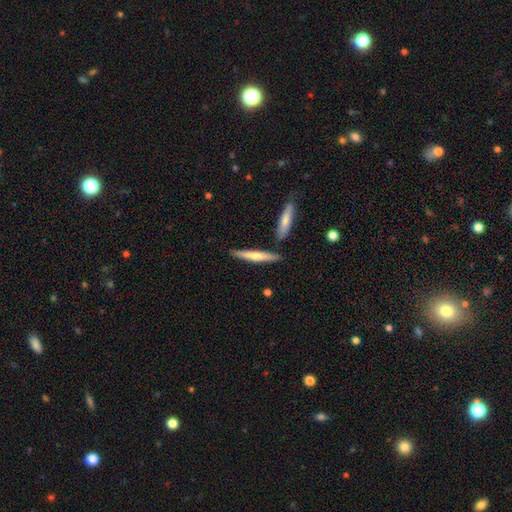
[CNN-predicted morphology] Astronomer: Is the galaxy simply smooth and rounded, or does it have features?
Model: smooth — 56% (runner-up: featured or disk, 39%).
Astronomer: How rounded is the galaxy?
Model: cigar-shaped — 92%.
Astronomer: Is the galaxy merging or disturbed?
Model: none — 82%.